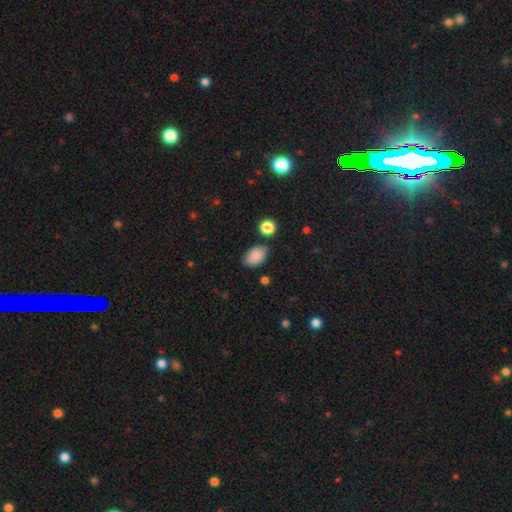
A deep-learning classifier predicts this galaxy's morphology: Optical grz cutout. It shows a smooth galaxy with no disk features (87%) that is in between round and cigar-shaped (89%). Merging: none (77%).